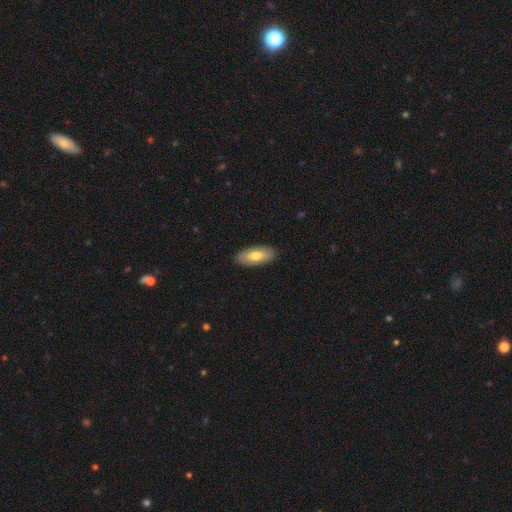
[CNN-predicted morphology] Q: Smooth or featured?
A: smooth (69%); runner-up: featured or disk (26%)
Q: How rounded?
A: in between (88%); runner-up: cigar-shaped (9%)
Q: Merging?
A: none (89%); runner-up: minor disturbance (8%)